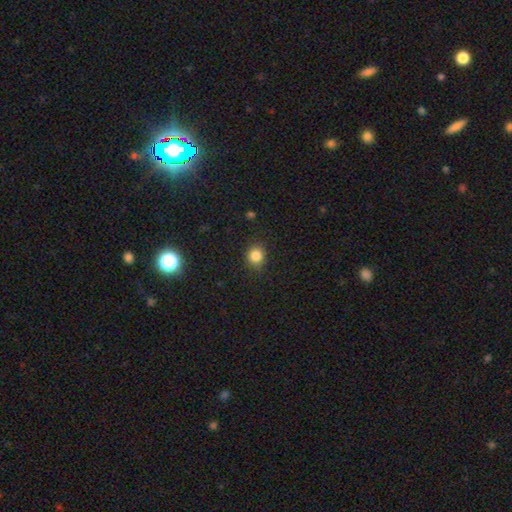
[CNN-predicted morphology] Q: Smooth or featured?
A: smooth (84%); runner-up: star or artifact (12%)
Q: How rounded?
A: round (78%); runner-up: in between (21%)
Q: Merging?
A: none (86%); runner-up: minor disturbance (10%)